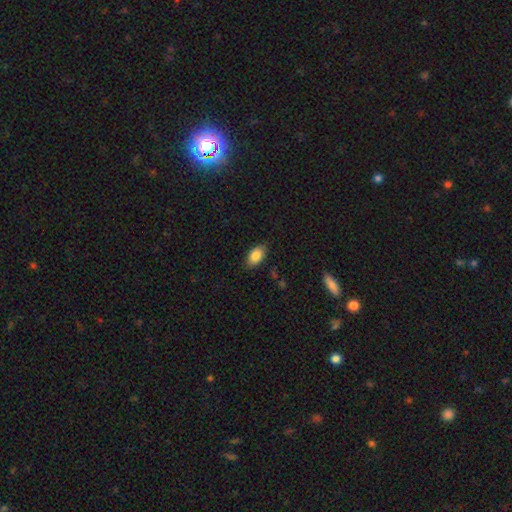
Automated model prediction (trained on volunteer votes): Smooth or featured: smooth — 87% (star or artifact — 7%)
How rounded: in between — 92% (round — 6%)
Merging: none — 84% (minor disturbance — 13%)